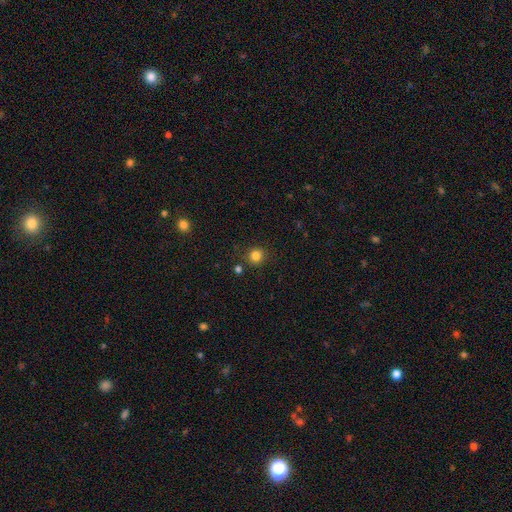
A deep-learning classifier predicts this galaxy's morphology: type=smooth (82%); roundness=round (88%); merging=none (86%).